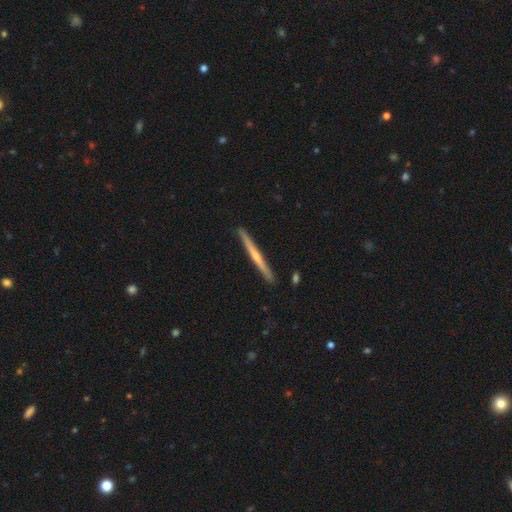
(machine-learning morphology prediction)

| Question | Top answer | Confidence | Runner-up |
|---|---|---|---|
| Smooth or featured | featured or disk | 65% | smooth (30%) |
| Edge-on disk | yes | 98% | no (2%) |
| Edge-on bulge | rounded | 60% | none (36%) |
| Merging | none | 91% | minor disturbance (6%) |